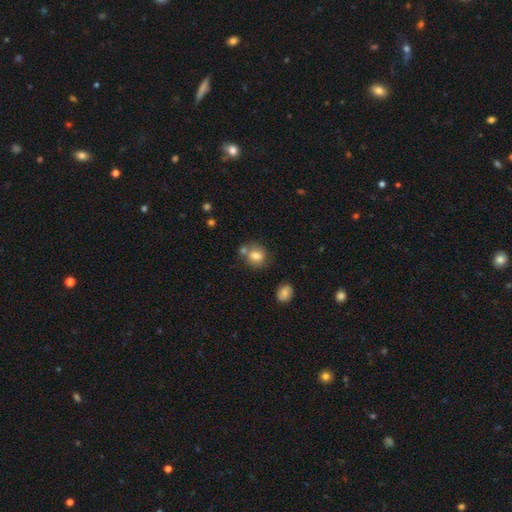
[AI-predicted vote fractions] A smooth galaxy with no disk features (78%) that is round (74%). Merging: none (58%).